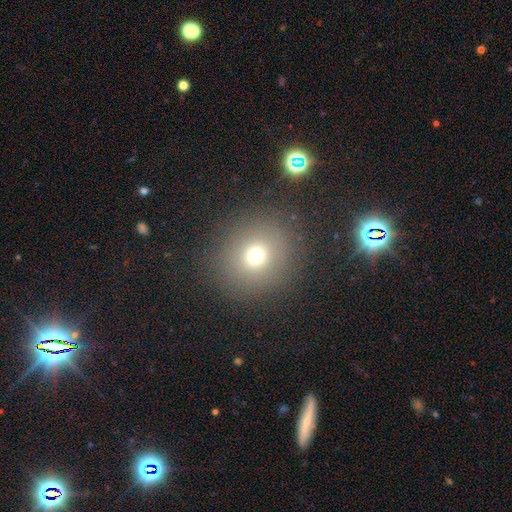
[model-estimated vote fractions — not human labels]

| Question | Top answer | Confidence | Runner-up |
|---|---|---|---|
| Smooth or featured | smooth | 70% | star or artifact (19%) |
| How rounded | round | 88% | in between (12%) |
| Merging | none | 87% | minor disturbance (7%) |